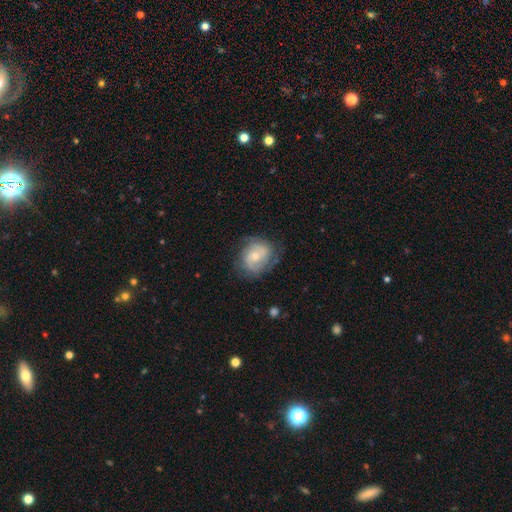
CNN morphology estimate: Smooth or featured: featured or disk — 68% (smooth — 25%)
Edge-on disk: no — 98% (yes — 2%)
Bar: no — 59% (weak — 34%)
Spiral arms: yes — 89% (no — 11%)
Spiral winding: tight — 49% (medium — 38%)
Spiral arm count: 2 — 67% (can't tell — 19%)
Bulge size: small — 51% (moderate — 42%)
Merging: none — 71% (minor disturbance — 19%)